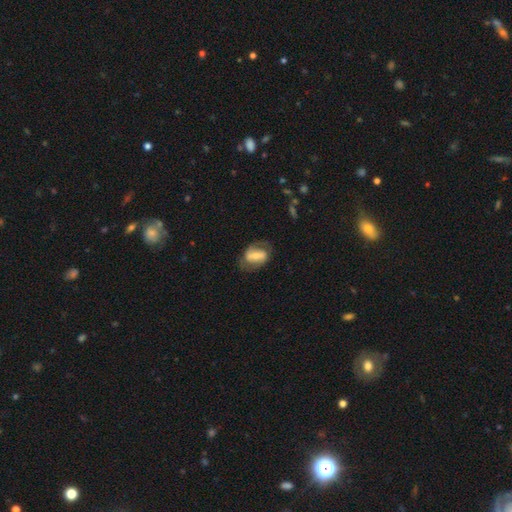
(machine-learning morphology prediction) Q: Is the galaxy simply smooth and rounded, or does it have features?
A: featured or disk — 59%.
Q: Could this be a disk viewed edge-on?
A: no — 94%.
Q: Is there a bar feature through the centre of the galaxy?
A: strong — 52%.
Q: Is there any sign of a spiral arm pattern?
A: yes — 71%.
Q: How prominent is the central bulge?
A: small — 42%.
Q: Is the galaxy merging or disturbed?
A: none — 61%.